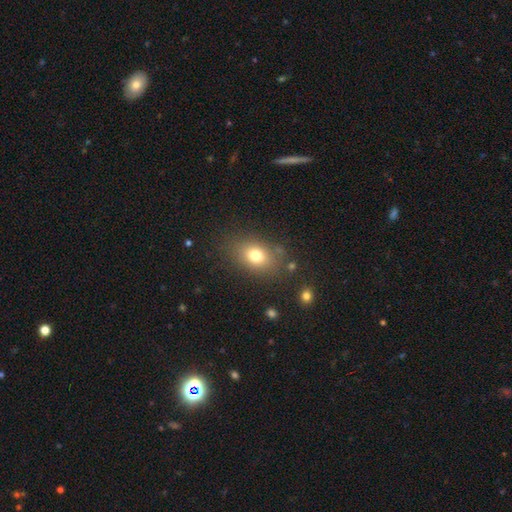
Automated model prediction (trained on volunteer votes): Q: Smooth or featured?
A: smooth (76%); runner-up: star or artifact (13%)
Q: How rounded?
A: in between (67%); runner-up: round (31%)
Q: Merging?
A: none (79%); runner-up: minor disturbance (13%)